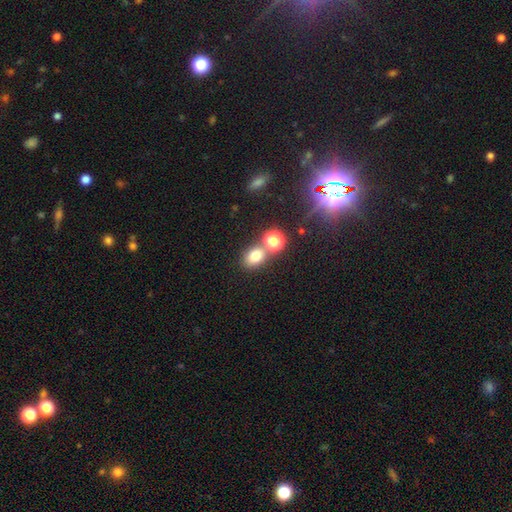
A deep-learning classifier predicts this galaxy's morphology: smooth 73%, star or artifact 18%, featured or disk 9%. Down the decision tree: how rounded — in between (58%); merging — none (63%).